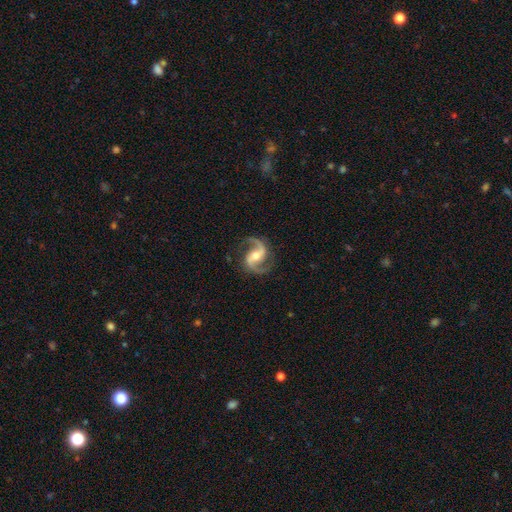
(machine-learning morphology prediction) Smooth or featured?
  - featured or disk: 93% *
  - star or artifact: 4%
  - smooth: 3%
Edge-on disk?
  - no: 98% *
  - yes: 2%
Bar?
  - weak: 40% *
  - no: 36%
  - strong: 23%
Spiral arms?
  - yes: 98% *
  - no: 2%
Spiral winding?
  - medium: 55% *
  - loose: 34%
  - tight: 11%
Spiral arm count?
  - 2: 94% *
  - 1: 1%
  - 3: 1%
  - can't tell: 1%
  - 4: 1%
  - more than 4: 1%
Bulge size?
  - moderate: 67% *
  - small: 26%
  - large: 5%
  - none: 2%
  - dominant: 1%
Merging?
  - none: 83% *
  - minor disturbance: 12%
  - major disturbance: 4%
  - merger: 1%